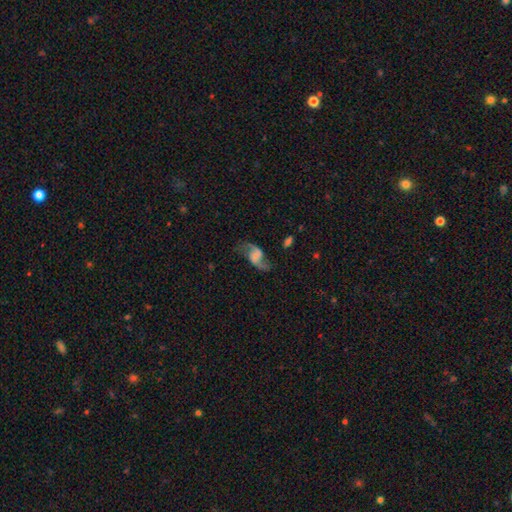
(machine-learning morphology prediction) featured or disk 84%, smooth 9%, star or artifact 6%. Down the decision tree: edge-on disk — no (97%); bar — weak (44%); spiral arms — yes (95%); spiral arm count — 2 (92%); spiral winding — loose (75%); bulge size — small (44%); merging — none (70%).